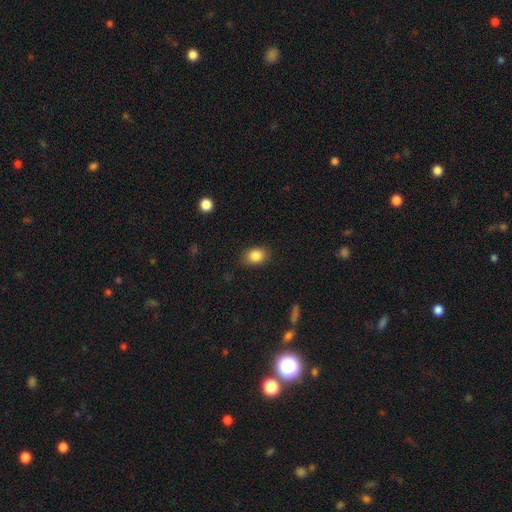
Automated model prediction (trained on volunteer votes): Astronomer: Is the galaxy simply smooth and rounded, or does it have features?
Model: smooth — 86%.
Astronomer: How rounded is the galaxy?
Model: in between — 65%.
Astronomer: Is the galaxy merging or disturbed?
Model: none — 83%.